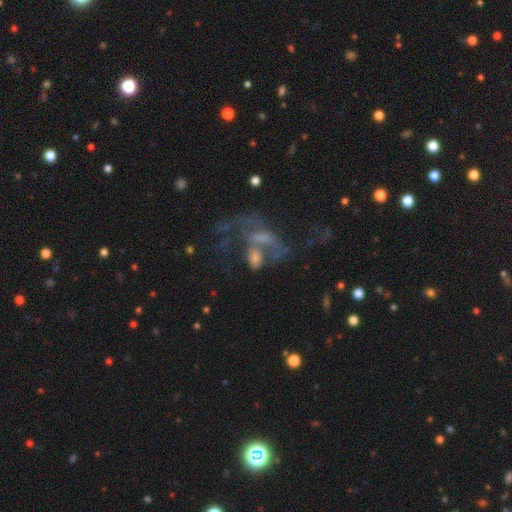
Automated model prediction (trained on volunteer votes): Smooth or featured?
  - featured or disk: 54% *
  - smooth: 24%
  - star or artifact: 21%
Edge-on disk?
  - no: 94% *
  - yes: 6%
Bar?
  - no: 67% *
  - weak: 24%
  - strong: 9%
Spiral arms?
  - no: 57% *
  - yes: 43%
Bulge size?
  - none: 37% *
  - small: 27%
  - moderate: 26%
  - large: 7%
  - dominant: 3%
Merging?
  - merger: 37% *
  - major disturbance: 32%
  - none: 21%
  - minor disturbance: 10%